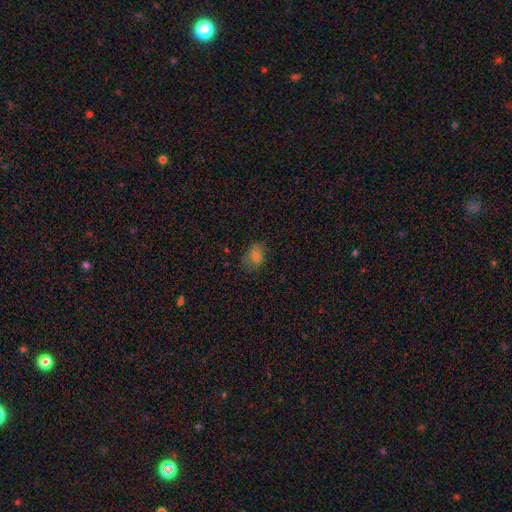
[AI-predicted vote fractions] Morphology: type=smooth (74%); roundness=in between (73%); merging=none (65%).